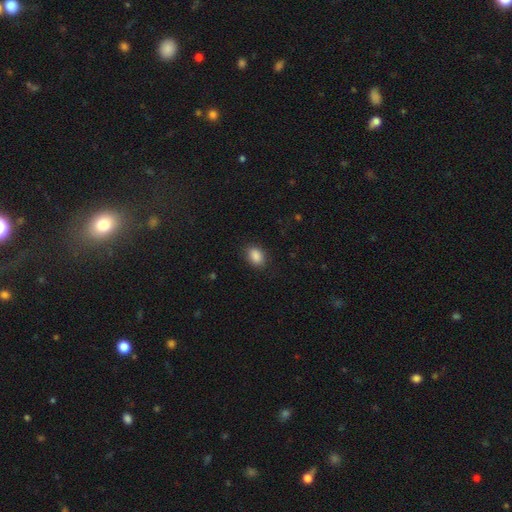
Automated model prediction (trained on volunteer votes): Morphology: type=smooth (88%); roundness=in between (77%); merging=none (85%).